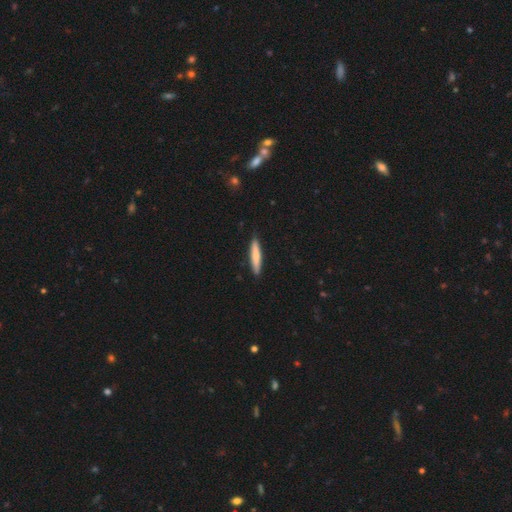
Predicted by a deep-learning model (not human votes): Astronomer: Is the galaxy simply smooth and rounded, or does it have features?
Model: smooth — 75%.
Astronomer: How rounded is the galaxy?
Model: cigar-shaped — 92%.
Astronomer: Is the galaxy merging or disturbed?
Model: none — 90%.